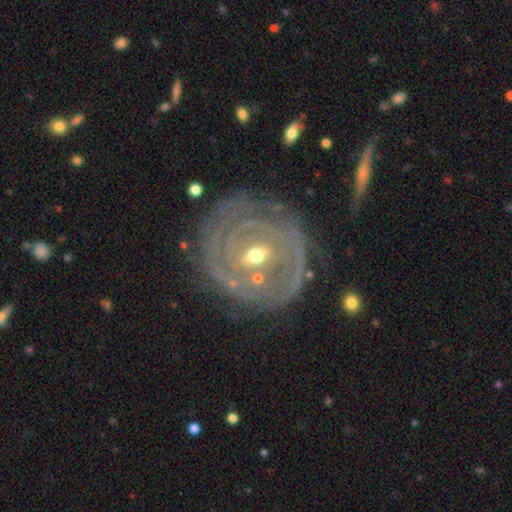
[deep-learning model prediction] Smooth or featured? Predicted: featured or disk (p=0.88). Edge-on disk? Predicted: no (p=0.96). Bar? Predicted: weak (p=0.44). Spiral arms? Predicted: yes (p=0.91). Spiral winding? Predicted: tight (p=0.79). Spiral arm count? Predicted: can't tell (p=0.33). Bulge size? Predicted: moderate (p=0.50). Merging? Predicted: none (p=0.73).